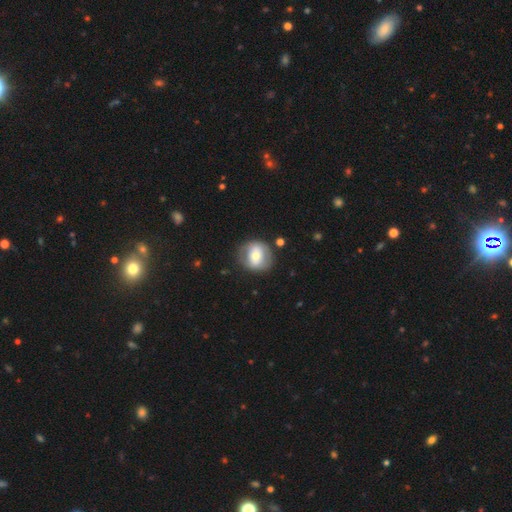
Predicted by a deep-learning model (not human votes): The model was most divided on "smooth or featured": smooth: 51%, featured or disk: 42%, star or artifact: 7%. More confident: how rounded — round (79%); merging — none (76%).